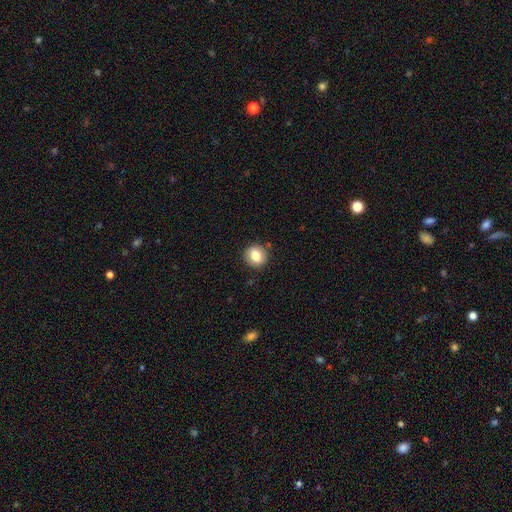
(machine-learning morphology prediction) Overall: smooth (81%). How rounded: round (78%). Merging: none (87%).